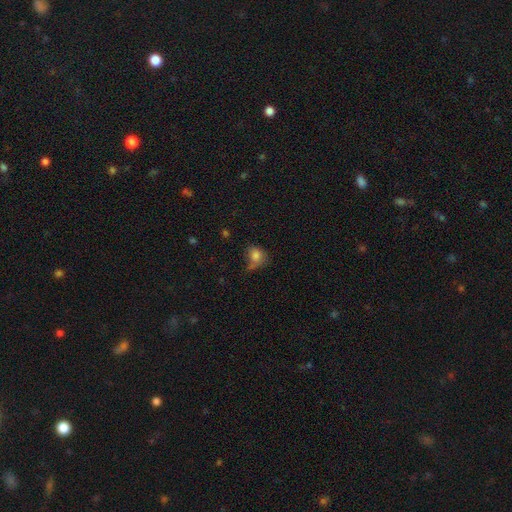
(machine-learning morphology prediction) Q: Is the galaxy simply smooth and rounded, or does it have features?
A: smooth — 78%.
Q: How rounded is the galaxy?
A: round — 54%.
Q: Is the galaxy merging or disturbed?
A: none — 43%.